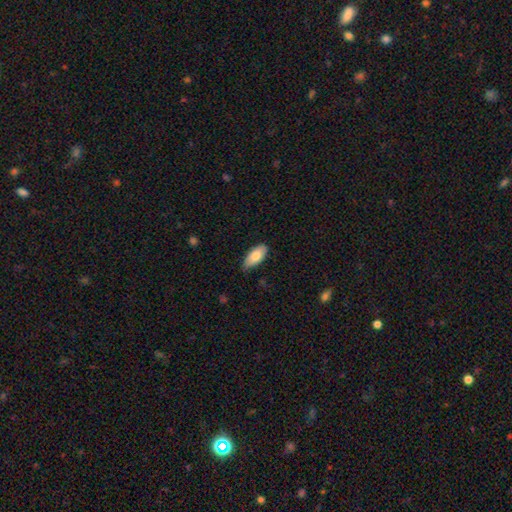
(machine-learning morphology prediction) Q: Smooth or featured?
A: smooth (81%); runner-up: featured or disk (13%)
Q: How rounded?
A: in between (90%); runner-up: cigar-shaped (8%)
Q: Merging?
A: none (74%); runner-up: minor disturbance (22%)